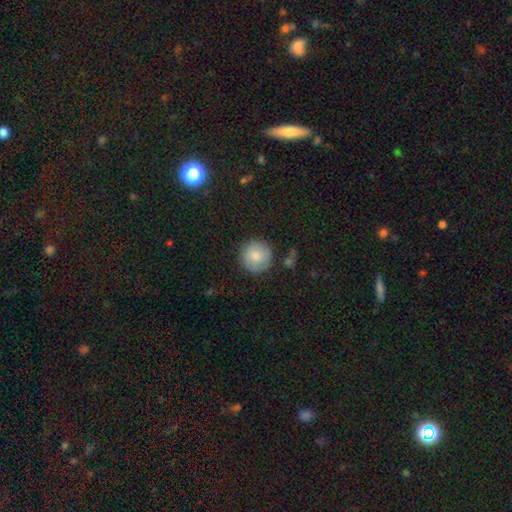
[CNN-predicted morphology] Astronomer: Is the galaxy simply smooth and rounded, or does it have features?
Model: smooth — 82%.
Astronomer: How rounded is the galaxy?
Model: round — 95%.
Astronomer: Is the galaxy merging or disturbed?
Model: none — 84%.